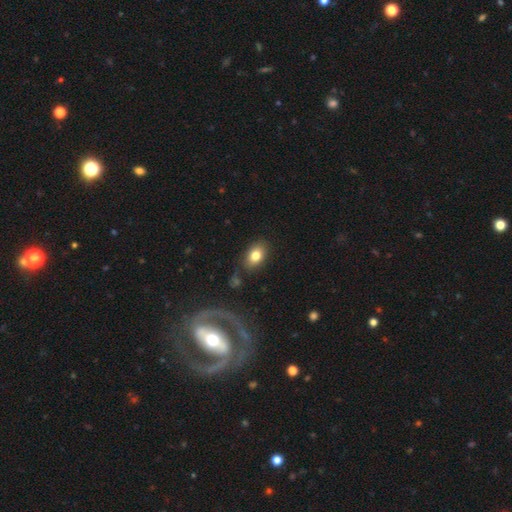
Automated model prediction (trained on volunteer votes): Q: Smooth or featured?
A: smooth (79%); runner-up: featured or disk (12%)
Q: How rounded?
A: in between (82%); runner-up: round (16%)
Q: Merging?
A: none (82%); runner-up: minor disturbance (12%)